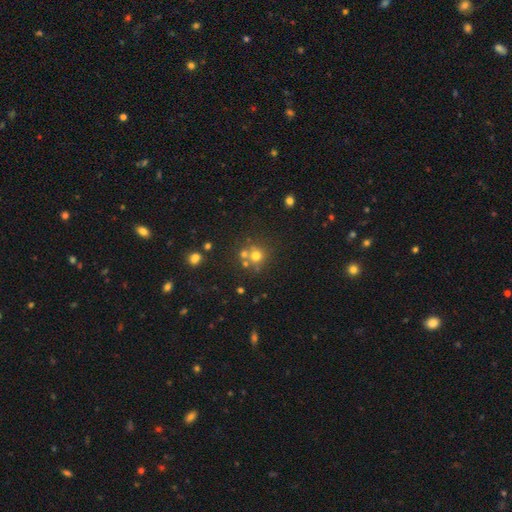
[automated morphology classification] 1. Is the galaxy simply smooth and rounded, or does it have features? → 66% smooth, 19% star or artifact, 15% featured or disk.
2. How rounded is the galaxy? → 89% round, 11% in between, 1% cigar-shaped.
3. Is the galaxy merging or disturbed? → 59% none, 27% merger, 9% minor disturbance, 4% major disturbance.